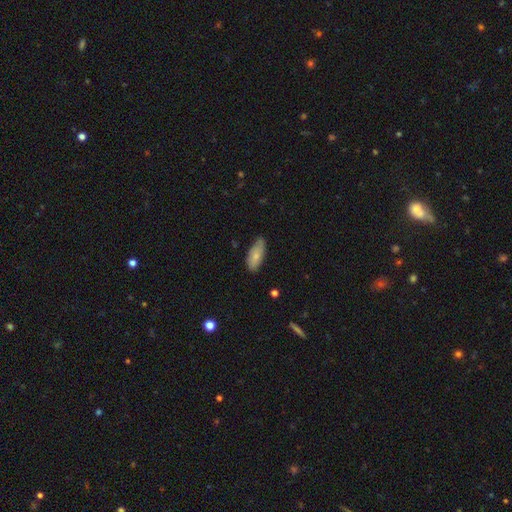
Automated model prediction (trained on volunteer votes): Q: Smooth or featured?
A: smooth (77%); runner-up: featured or disk (17%)
Q: How rounded?
A: in between (84%); runner-up: cigar-shaped (14%)
Q: Merging?
A: none (66%); runner-up: minor disturbance (29%)